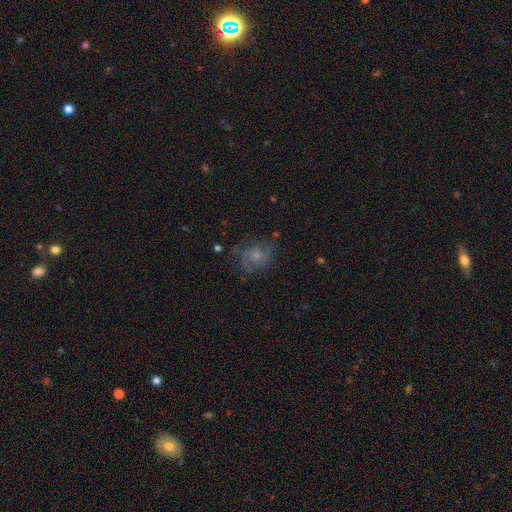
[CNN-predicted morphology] This is possibly a featured or disk galaxy (53%). It is clearly not viewed edge-on (97%). Bar: likely no (78%). Spiral arm pattern: clearly yes (83%). Central bulge: possibly small (56%). Merging: likely none (65%).